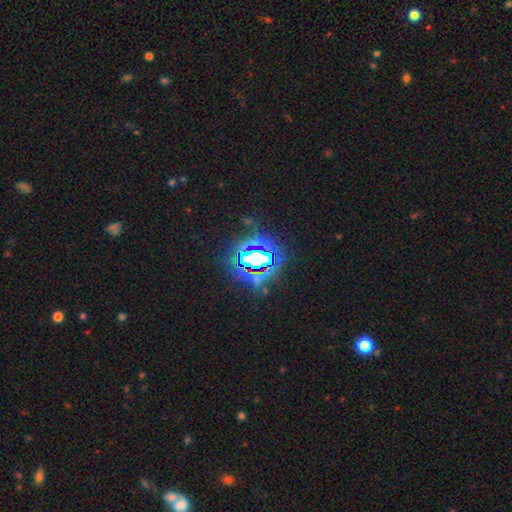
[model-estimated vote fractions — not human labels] Smooth or featured?
  - star or artifact: 72% *
  - smooth: 15%
  - featured or disk: 13%